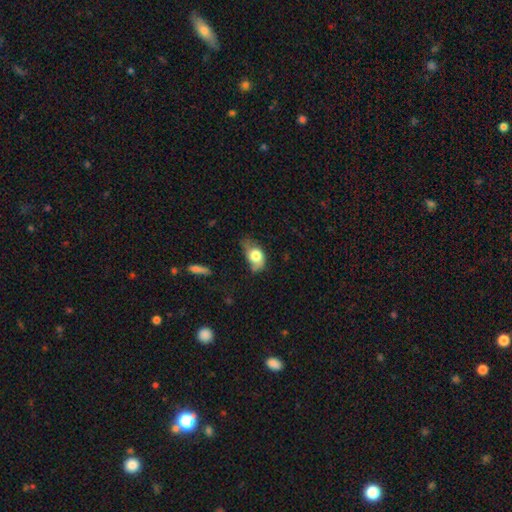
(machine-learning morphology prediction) The model was most divided on "merging": minor disturbance: 44%, none: 33%, major disturbance: 20%, merger: 4%. More confident: how rounded — in between (81%); smooth or featured — smooth (73%).